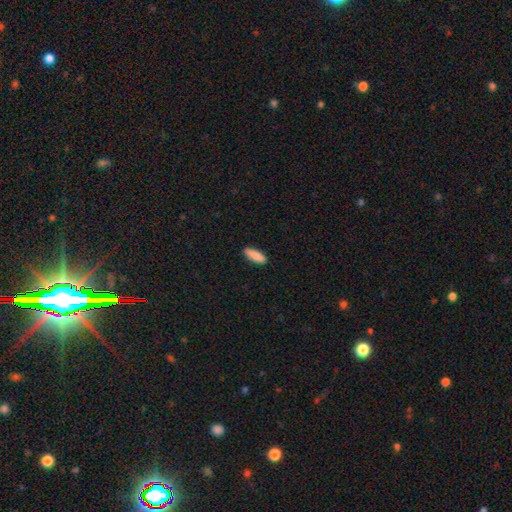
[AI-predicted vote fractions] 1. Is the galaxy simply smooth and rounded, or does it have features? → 88% smooth, 6% featured or disk, 6% star or artifact.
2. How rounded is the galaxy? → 52% in between, 46% cigar-shaped, 2% round.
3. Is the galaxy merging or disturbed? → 88% none, 9% minor disturbance, 2% major disturbance, 1% merger.